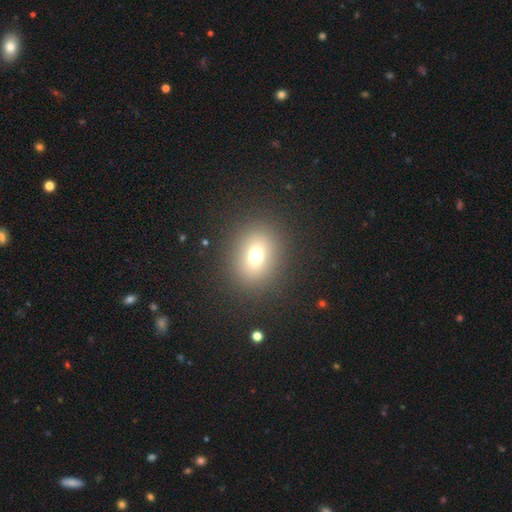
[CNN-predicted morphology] Smooth or featured: smooth — 71% (star or artifact — 17%)
How rounded: round — 60% (in between — 38%)
Merging: none — 88% (minor disturbance — 7%)